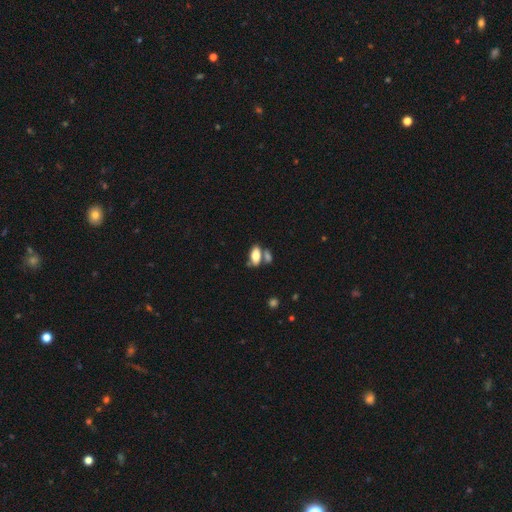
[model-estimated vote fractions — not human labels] Smooth or featured?
  - smooth: 76% *
  - featured or disk: 16%
  - star or artifact: 8%
How rounded?
  - in between: 88% *
  - cigar-shaped: 8%
  - round: 4%
Merging?
  - none: 54% *
  - merger: 28%
  - minor disturbance: 13%
  - major disturbance: 5%